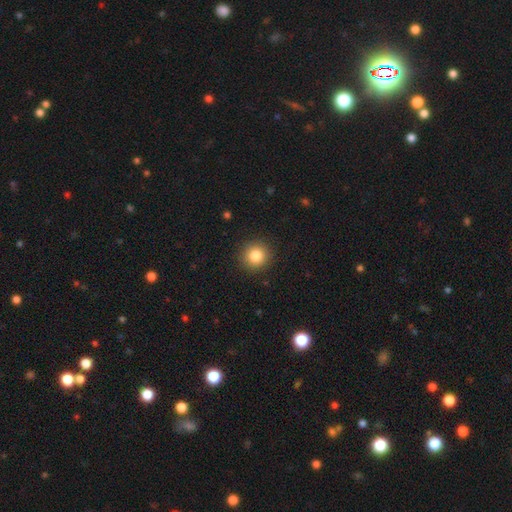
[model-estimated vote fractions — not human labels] This is clearly a smooth galaxy (84%). How rounded: clearly round (93%). Merging: clearly none (91%).